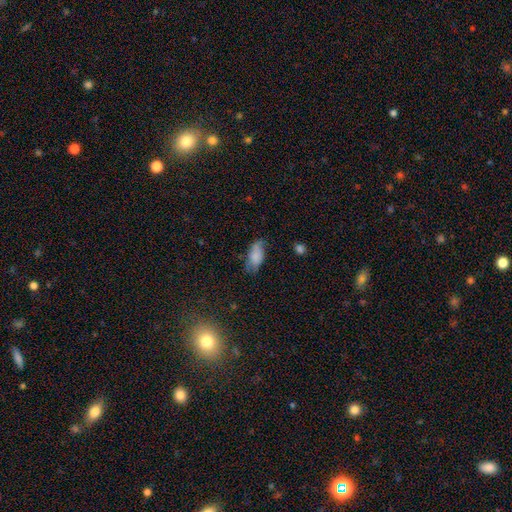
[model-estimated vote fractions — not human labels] This appears to be a smooth galaxy with no disk features (77%) that is in between round and cigar-shaped (91%). Merging: none (54%).